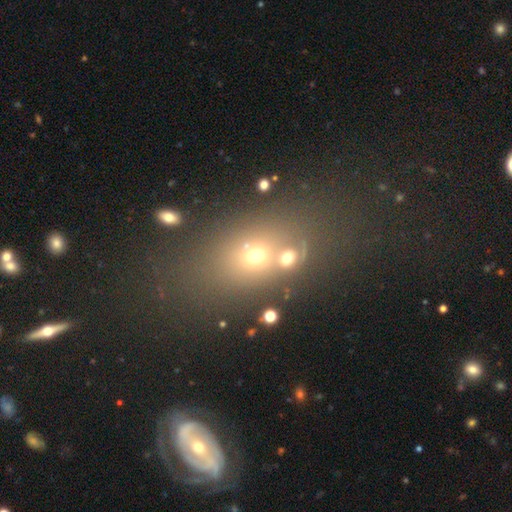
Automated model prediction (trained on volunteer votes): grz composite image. It shows a smooth galaxy with no disk features (55%) that is in between round and cigar-shaped (65%). Merging: none (59%).